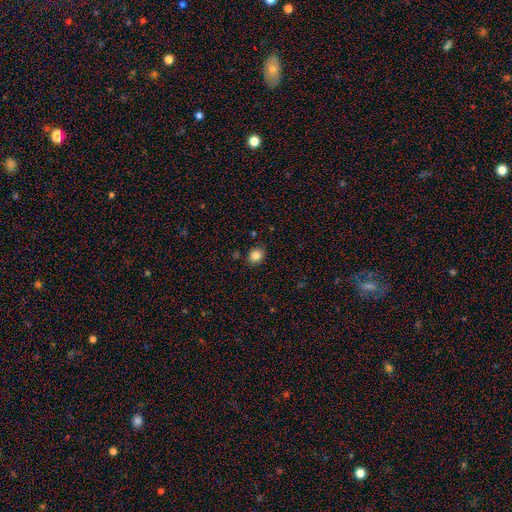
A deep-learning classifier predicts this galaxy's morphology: Overall: smooth (85%). How rounded: round (69%; in between 30%). Merging: none (85%).